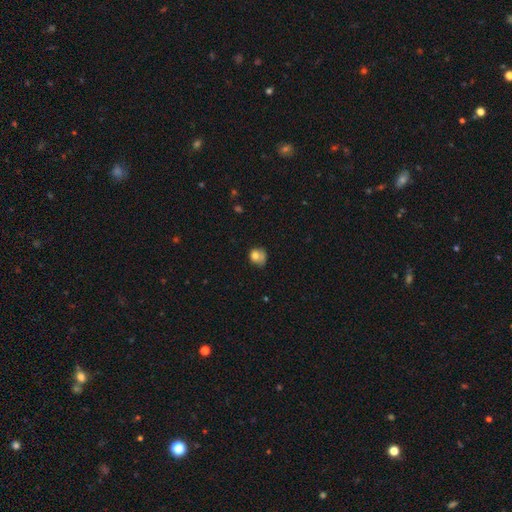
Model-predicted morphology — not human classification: A smooth galaxy with no disk features (72%) that is round (65%).

Vote fractions:
- Smooth or featured? smooth: 72% / featured or disk: 17% / star or artifact: 11%
- How rounded? round: 65% / in between: 34% / cigar-shaped: 1%
- Merging? none: 38% / minor disturbance: 32% / major disturbance: 20% / merger: 10%